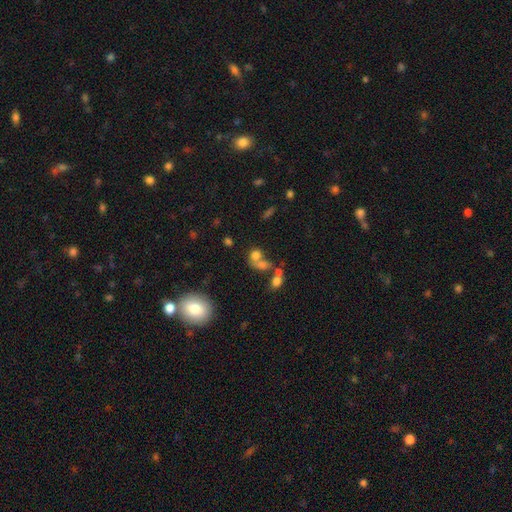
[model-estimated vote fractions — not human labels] The model was most divided on "merging": merger: 47%, none: 33%, minor disturbance: 10%, major disturbance: 10%. More confident: smooth or featured — smooth (69%); how rounded — round (56%).